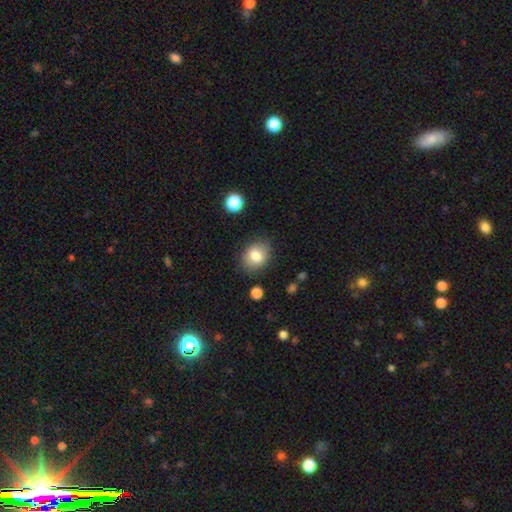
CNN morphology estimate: smooth-or-featured: smooth: 81% | featured or disk: 10% | star or artifact: 9%
  how-rounded: round: 53% | in between: 46% | cigar-shaped: 1%
  merging: none: 82% | minor disturbance: 12% | major disturbance: 4% | merger: 2%